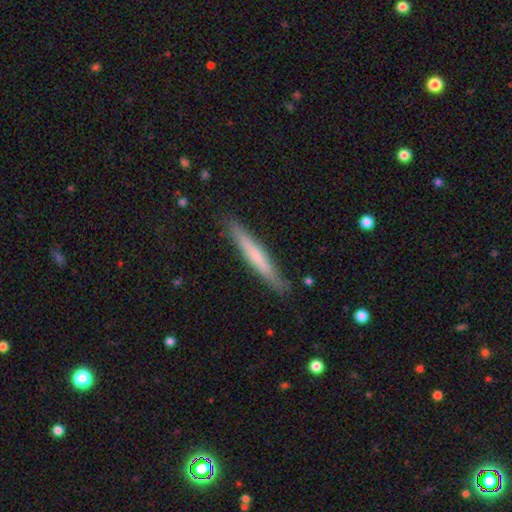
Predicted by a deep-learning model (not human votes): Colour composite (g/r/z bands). It shows a smooth galaxy with no disk features (57%) that is cigar-shaped (96%). Merging: none (88%).